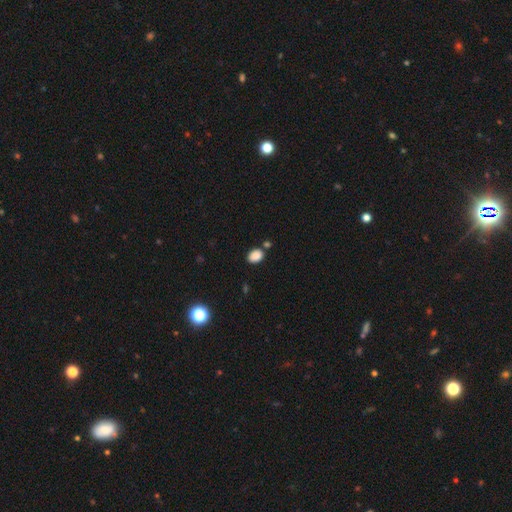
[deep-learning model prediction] This appears to be a smooth galaxy with no disk features (87%) that is in between round and cigar-shaped (75%). Merging: none (74%).